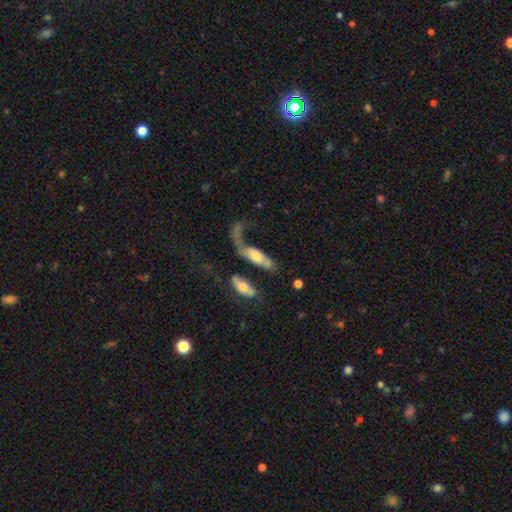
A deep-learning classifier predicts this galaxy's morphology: A featured or disk galaxy (48%).

Vote fractions:
- Smooth or featured? featured or disk: 48% / smooth: 44% / star or artifact: 9%
- Merging? major disturbance: 43% / merger: 25% / none: 20% / minor disturbance: 12%